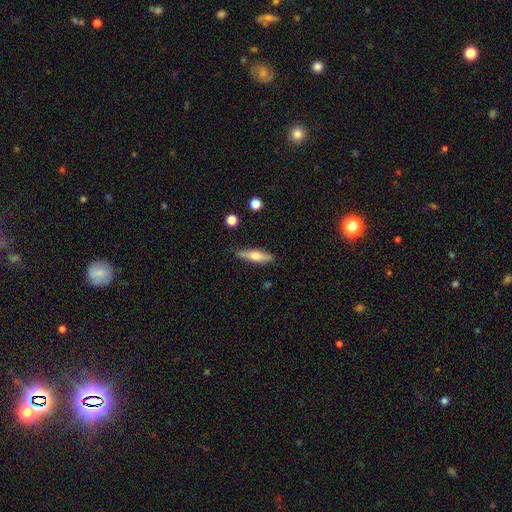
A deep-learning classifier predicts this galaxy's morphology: This appears to be a smooth galaxy with no disk features (57%) that is cigar-shaped (69%). Merging: none (83%).